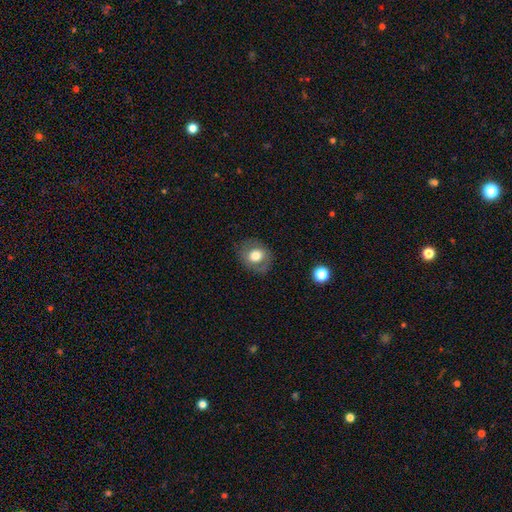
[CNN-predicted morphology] A smooth galaxy with no disk features (69%) that is round (62%). Merging: none (75%).